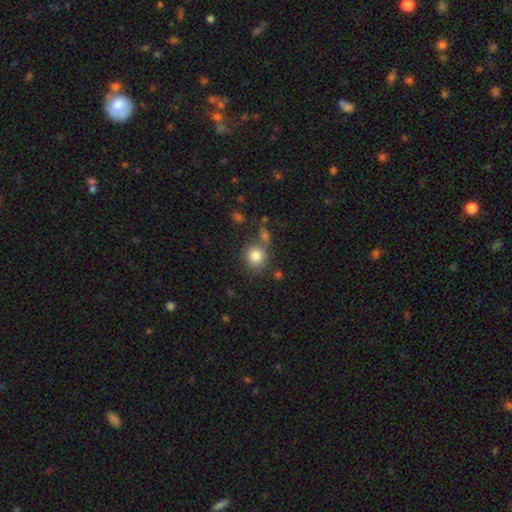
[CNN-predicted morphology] The model was most divided on "merging": none: 64%, merger: 16%, minor disturbance: 14%, major disturbance: 6%. More confident: smooth or featured — smooth (83%); how rounded — round (82%).